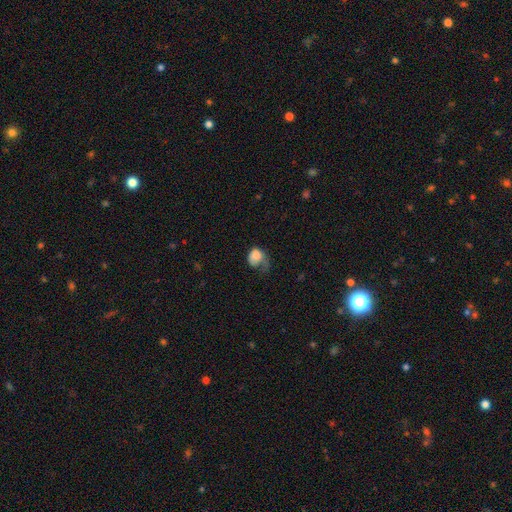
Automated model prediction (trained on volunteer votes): This appears to be a smooth galaxy with no disk features (72%) that is round (51%). Merging: major disturbance (54%).